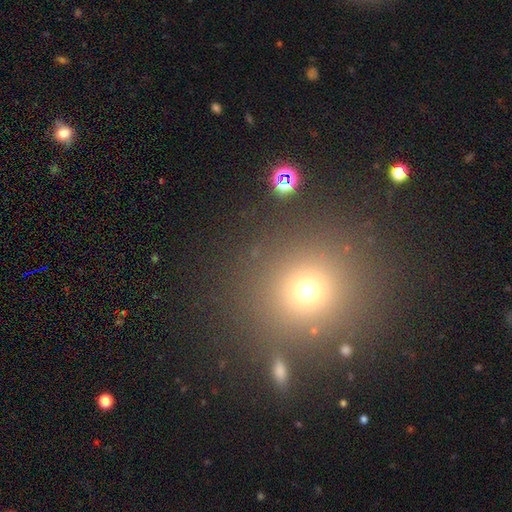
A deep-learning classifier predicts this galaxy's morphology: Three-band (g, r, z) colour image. It shows a smooth galaxy with no disk features (59%) that is round (90%). Merging: none (86%).